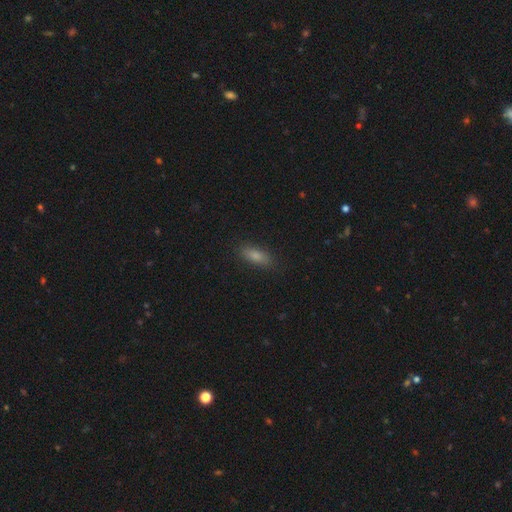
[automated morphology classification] smooth-or-featured: smooth: 81% | featured or disk: 10% | star or artifact: 9%
  how-rounded: in between: 69% | cigar-shaped: 29% | round: 3%
  merging: none: 86% | minor disturbance: 10% | major disturbance: 2% | merger: 1%